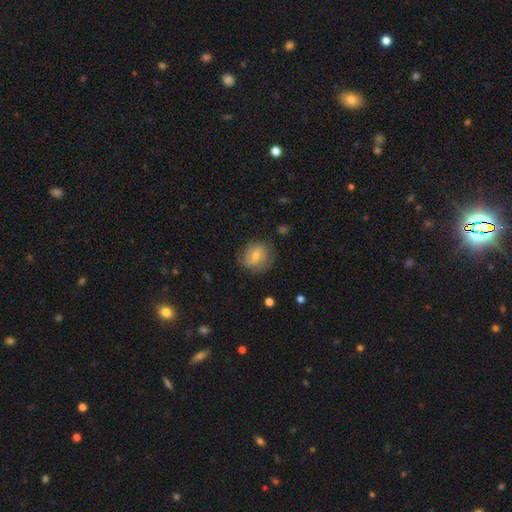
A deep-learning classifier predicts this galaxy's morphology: Smooth or featured: featured or disk — 51% (smooth — 41%)
Edge-on disk: no — 96% (yes — 4%)
Merging: none — 70% (minor disturbance — 20%)